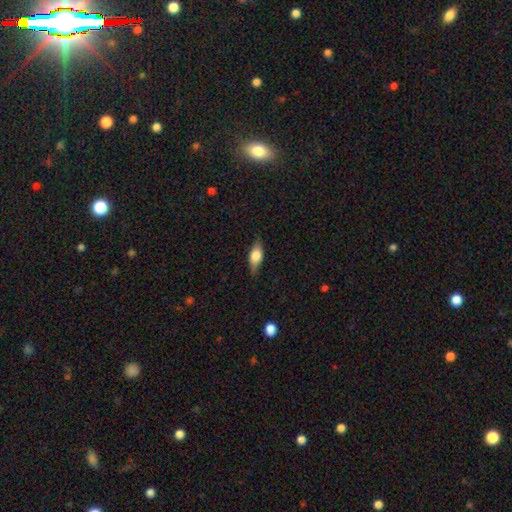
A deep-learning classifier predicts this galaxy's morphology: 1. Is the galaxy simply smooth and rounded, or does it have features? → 60% smooth, 33% featured or disk, 7% star or artifact.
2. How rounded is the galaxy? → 74% in between, 20% cigar-shaped, 5% round.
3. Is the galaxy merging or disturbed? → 80% none, 16% minor disturbance, 4% major disturbance, 1% merger.